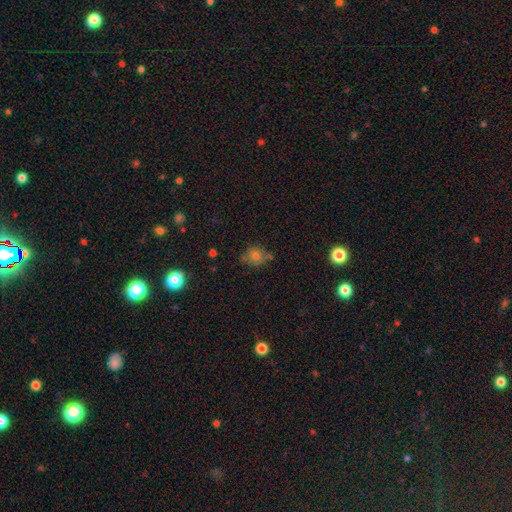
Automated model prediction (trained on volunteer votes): Overall: smooth (68%). How rounded: round (64%; in between 35%). Merging: none (65%).